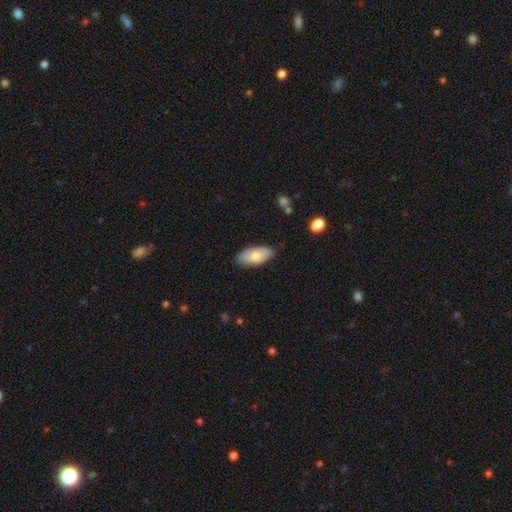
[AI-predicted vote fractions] The model was most divided on "smooth or featured": smooth: 73%, featured or disk: 21%, star or artifact: 6%. More confident: how rounded — in between (91%); merging — none (84%).